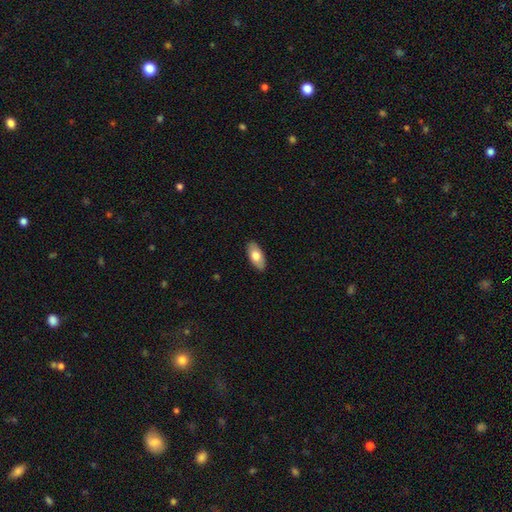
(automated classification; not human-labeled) A smooth galaxy with no disk features (72%) that is in between round and cigar-shaped (93%). Merging: none (89%).